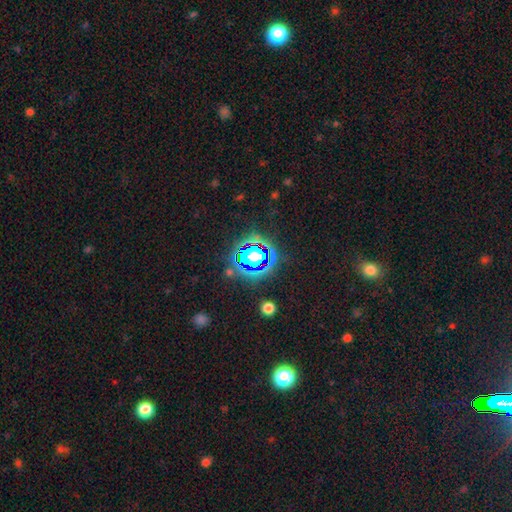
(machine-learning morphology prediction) Q: Smooth or featured?
A: star or artifact (64%); runner-up: smooth (24%)